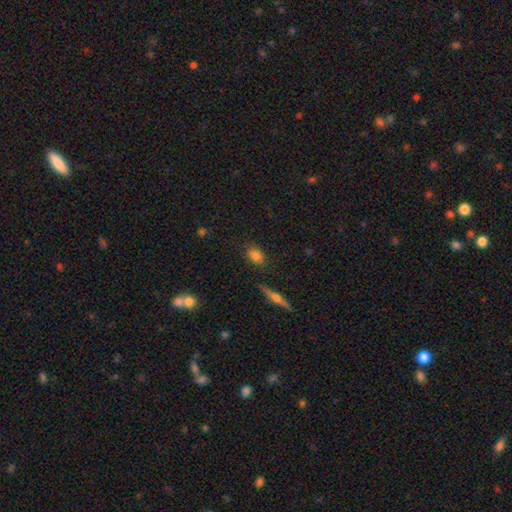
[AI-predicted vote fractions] Q: Smooth or featured?
A: smooth (76%); runner-up: featured or disk (13%)
Q: How rounded?
A: in between (61%); runner-up: round (35%)
Q: Merging?
A: none (81%); runner-up: minor disturbance (13%)